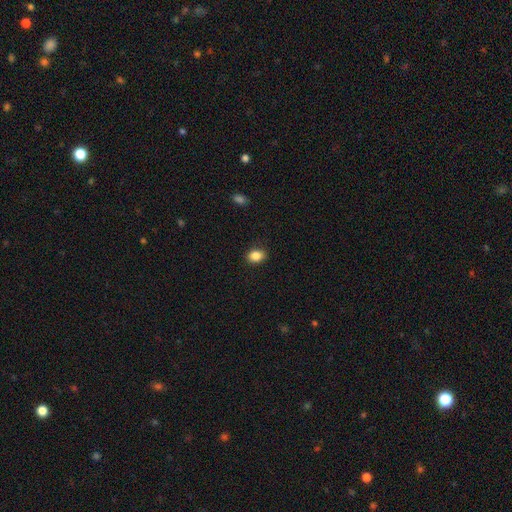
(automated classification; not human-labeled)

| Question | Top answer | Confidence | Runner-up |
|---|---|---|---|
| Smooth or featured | smooth | 87% | star or artifact (9%) |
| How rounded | in between | 70% | round (29%) |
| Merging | none | 87% | minor disturbance (10%) |